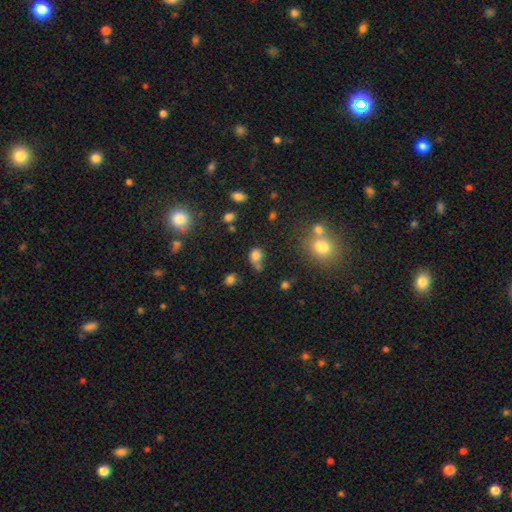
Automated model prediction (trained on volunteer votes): Smooth or featured: smooth — 76% (star or artifact — 16%)
How rounded: in between — 52% (round — 46%)
Merging: none — 44% (merger — 23%)